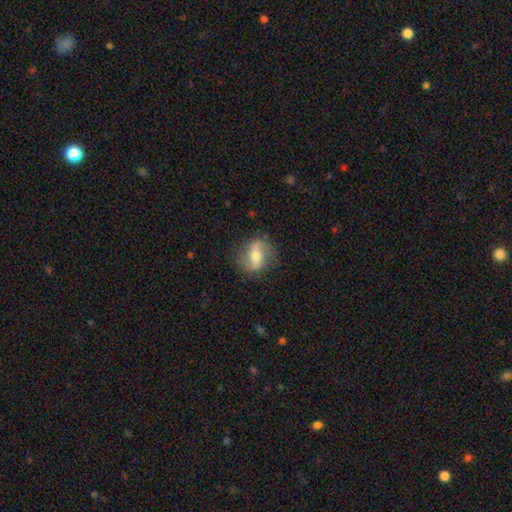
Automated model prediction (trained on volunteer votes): smooth_or_featured: featured or disk (p=0.63) [alt: smooth p=0.30]
disk_edge_on: no (p=0.94) [alt: yes p=0.06]
bar: weak (p=0.41) [alt: strong p=0.36]
has_spiral_arms: yes (p=0.82) [alt: no p=0.18]
bulge_size: moderate (p=0.64) [alt: small p=0.24]
merging: none (p=0.81) [alt: minor disturbance p=0.13]